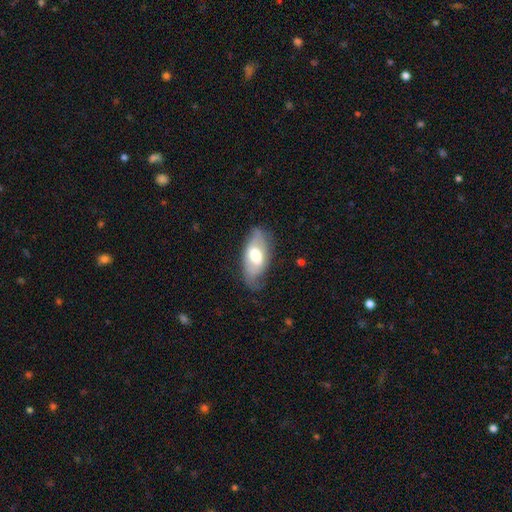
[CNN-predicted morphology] Smooth or featured? Predicted: smooth (p=0.50). Merging? Predicted: none (p=0.63).